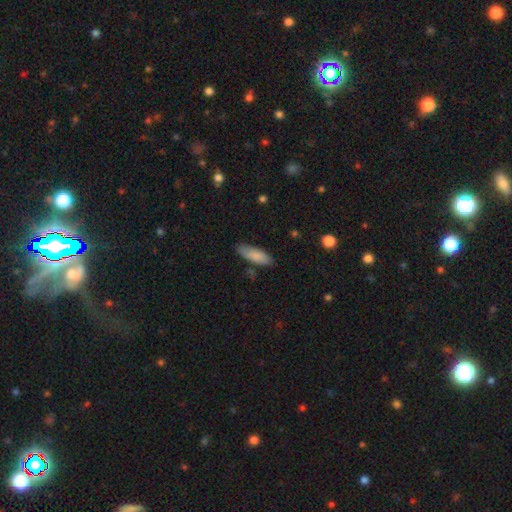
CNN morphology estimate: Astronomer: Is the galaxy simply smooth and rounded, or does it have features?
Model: smooth — 85%.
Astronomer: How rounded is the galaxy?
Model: in between — 62%.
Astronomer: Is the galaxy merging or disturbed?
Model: none — 80%.